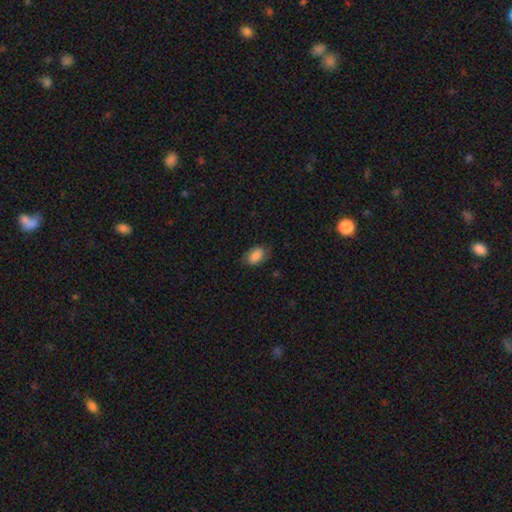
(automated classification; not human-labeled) Smooth or featured?
  - smooth: 82% *
  - featured or disk: 11%
  - star or artifact: 7%
How rounded?
  - in between: 89% *
  - round: 9%
  - cigar-shaped: 2%
Merging?
  - none: 75% *
  - minor disturbance: 19%
  - major disturbance: 5%
  - merger: 1%